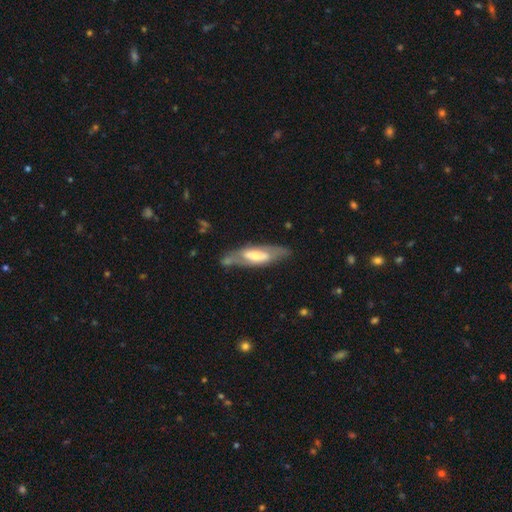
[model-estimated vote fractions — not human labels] Smooth or featured: featured or disk — 64% (smooth — 30%)
Edge-on disk: no — 64% (yes — 36%)
Merging: none — 70% (minor disturbance — 19%)